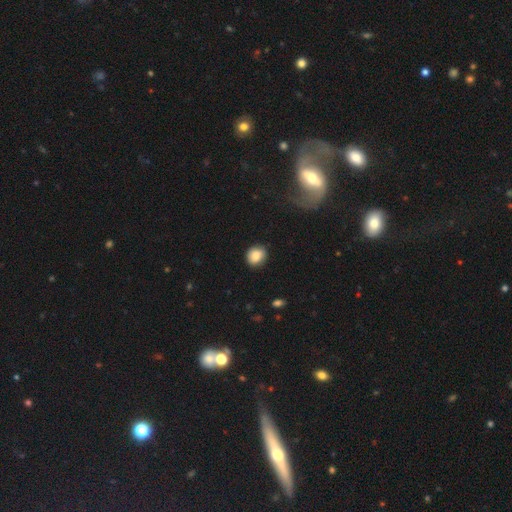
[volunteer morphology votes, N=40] A smooth galaxy with no disk features (68%) that is round (70%).

Vote fractions:
- Smooth or featured? smooth: 68% / featured or disk: 22% / star or artifact: 10%
- How rounded? round: 70% / in between: 30% / cigar-shaped: 0%
- Merging? none: 78% / minor disturbance: 14% / major disturbance: 6% / merger: 3%